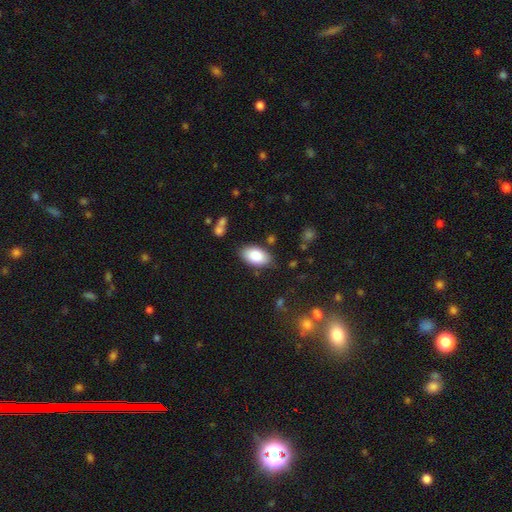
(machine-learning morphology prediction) Smooth or featured?
  - smooth: 84% *
  - featured or disk: 9%
  - star or artifact: 7%
How rounded?
  - in between: 94% *
  - round: 4%
  - cigar-shaped: 2%
Merging?
  - none: 83% *
  - minor disturbance: 12%
  - major disturbance: 3%
  - merger: 2%